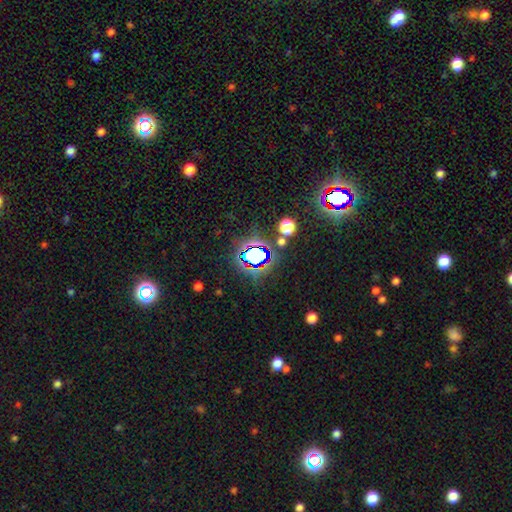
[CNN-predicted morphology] smooth_or_featured: star or artifact (p=0.66) [alt: smooth p=0.22]